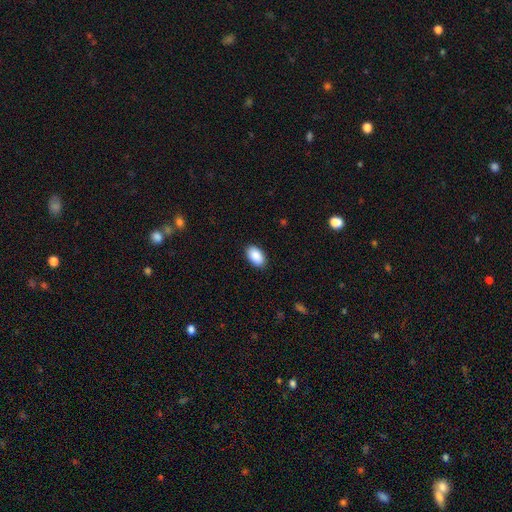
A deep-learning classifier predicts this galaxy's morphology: smooth-or-featured: smooth: 91% | star or artifact: 6% | featured or disk: 3%
  how-rounded: in between: 94% | round: 5% | cigar-shaped: 1%
  merging: none: 90% | minor disturbance: 8% | major disturbance: 2% | merger: 1%